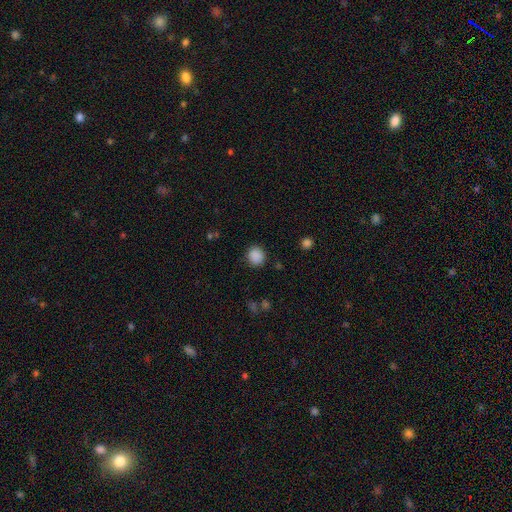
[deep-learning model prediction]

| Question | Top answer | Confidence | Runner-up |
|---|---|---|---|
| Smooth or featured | smooth | 88% | star or artifact (10%) |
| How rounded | round | 83% | in between (16%) |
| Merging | none | 87% | minor disturbance (9%) |